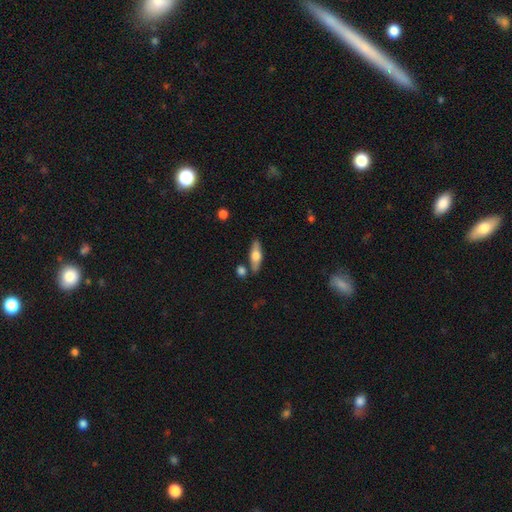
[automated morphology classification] Q: Smooth or featured?
A: smooth (50%); runner-up: featured or disk (43%)
Q: How rounded?
A: in between (53%); runner-up: cigar-shaped (44%)
Q: Merging?
A: none (80%); runner-up: minor disturbance (11%)